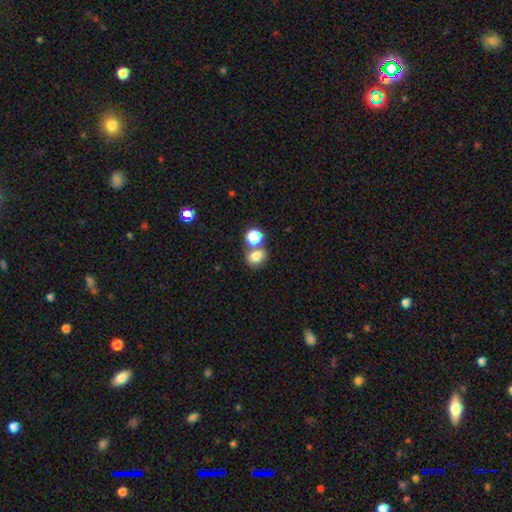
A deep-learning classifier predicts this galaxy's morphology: This is likely a smooth galaxy (79%). How rounded: possibly round (53%). Merging: possibly none (55%).